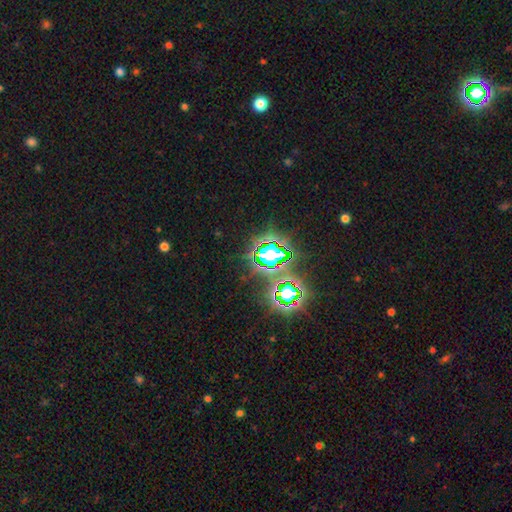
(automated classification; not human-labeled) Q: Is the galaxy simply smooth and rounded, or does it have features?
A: star or artifact — 79%.